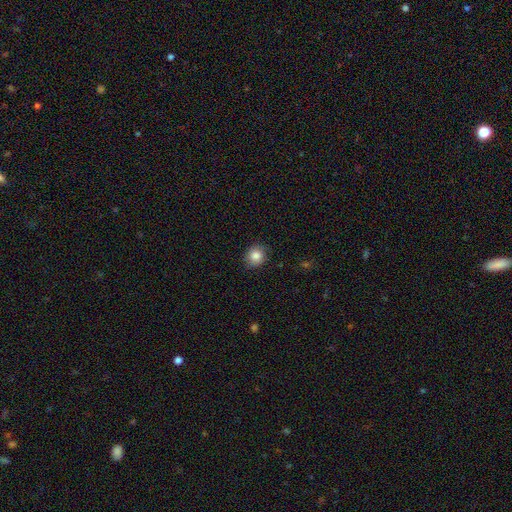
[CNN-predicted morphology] Smooth or featured? smooth (84%)
How rounded? round (70%)
Merging? none (79%)